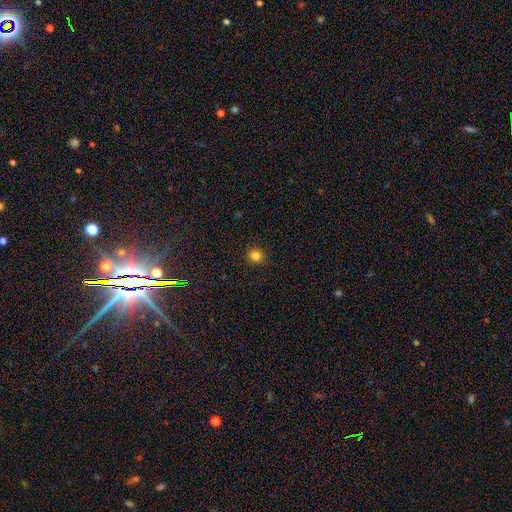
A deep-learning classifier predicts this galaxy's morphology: Smooth or featured?
  - smooth: 82% *
  - star or artifact: 13%
  - featured or disk: 4%
How rounded?
  - round: 93% *
  - in between: 6%
  - cigar-shaped: 1%
Merging?
  - none: 92% *
  - minor disturbance: 5%
  - major disturbance: 2%
  - merger: 1%